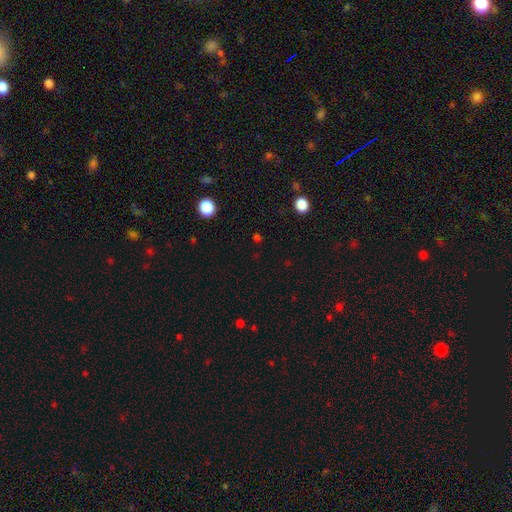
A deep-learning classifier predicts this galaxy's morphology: Smooth or featured: star or artifact — 51% (smooth — 43%)